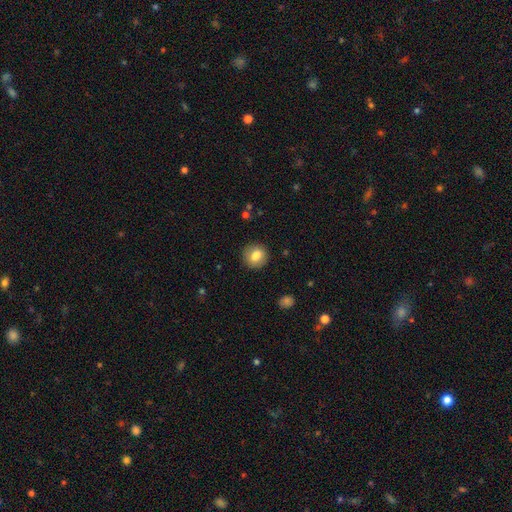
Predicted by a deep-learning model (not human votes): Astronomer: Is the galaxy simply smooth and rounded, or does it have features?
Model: smooth — 81%.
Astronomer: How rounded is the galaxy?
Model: round — 84%.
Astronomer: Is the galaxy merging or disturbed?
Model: none — 89%.